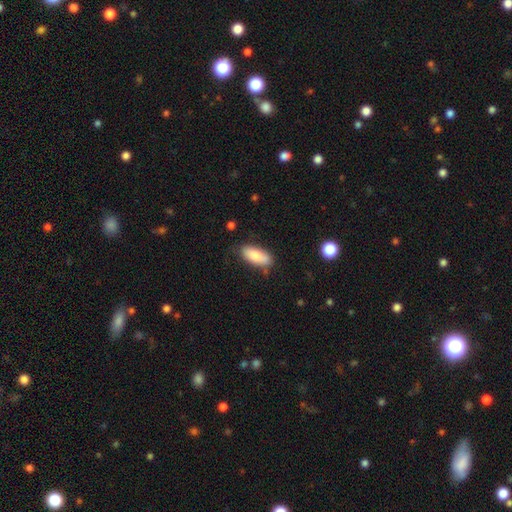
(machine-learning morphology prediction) Smooth or featured? Predicted: smooth (p=0.82). How rounded? Predicted: in between (p=0.83). Merging? Predicted: none (p=0.74).